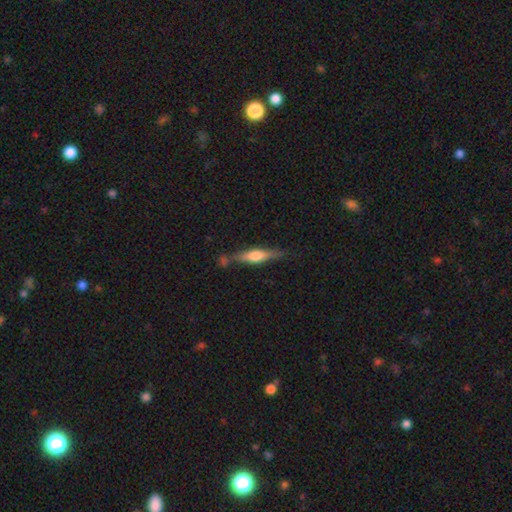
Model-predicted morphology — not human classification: Overall: featured or disk (56%; smooth 38%). Edge-on disk: yes (94%). Edge-on bulge: rounded (83%). Merging: none (73%).